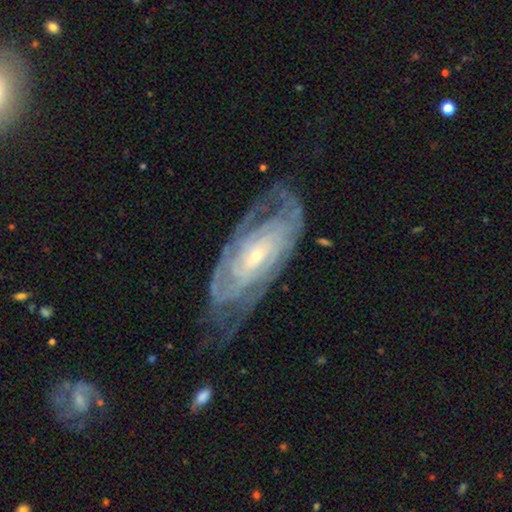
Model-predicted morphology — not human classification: Smooth or featured?
  - featured or disk: 85% *
  - smooth: 9%
  - star or artifact: 6%
Edge-on disk?
  - no: 92% *
  - yes: 8%
Bar?
  - no: 59% *
  - weak: 30%
  - strong: 11%
Spiral arms?
  - yes: 93% *
  - no: 7%
Spiral winding?
  - tight: 73% *
  - medium: 22%
  - loose: 5%
Spiral arm count?
  - can't tell: 45% *
  - 2: 22%
  - 3: 12%
  - 4: 10%
  - more than 4: 6%
  - 1: 5%
Bulge size?
  - small: 73% *
  - moderate: 23%
  - none: 2%
  - large: 2%
  - dominant: 1%
Merging?
  - none: 65% *
  - minor disturbance: 22%
  - major disturbance: 11%
  - merger: 2%